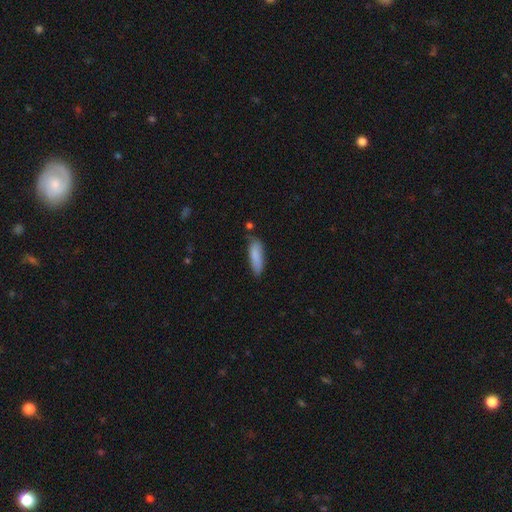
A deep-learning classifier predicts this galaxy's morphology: Smooth or featured? Predicted: smooth (p=0.85). How rounded? Predicted: cigar-shaped (p=0.55). Merging? Predicted: none (p=0.68).